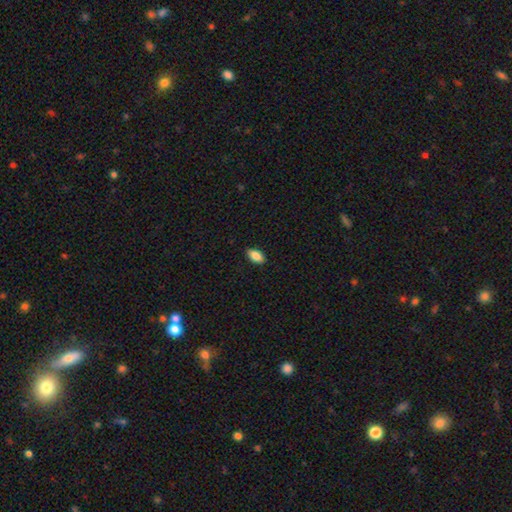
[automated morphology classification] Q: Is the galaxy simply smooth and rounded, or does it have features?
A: smooth — 85%.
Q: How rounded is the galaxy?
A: in between — 91%.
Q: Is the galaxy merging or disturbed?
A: none — 88%.